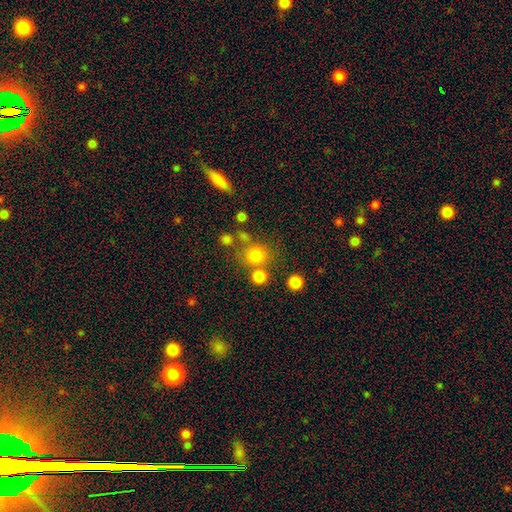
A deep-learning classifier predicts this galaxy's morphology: smooth_or_featured: smooth (p=0.76) [alt: star or artifact p=0.16]
how_rounded: round (p=0.84) [alt: in between p=0.15]
merging: none (p=0.65) [alt: merger p=0.20]